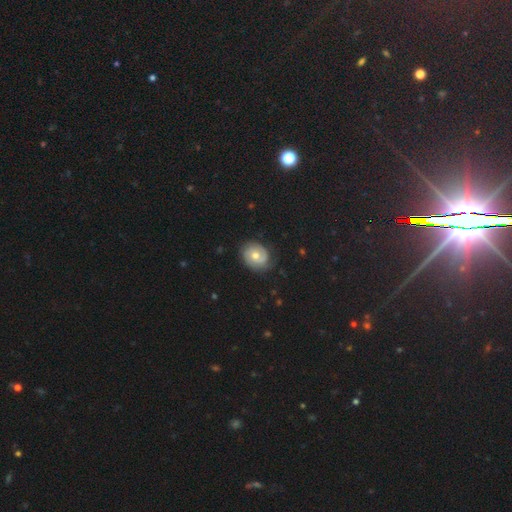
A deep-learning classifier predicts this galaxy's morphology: Overall: featured or disk (59%; smooth 32%). Edge-on disk: no (97%). Bar: no (74%). Spiral arms: yes (84%). Bulge size: moderate (73%). Merging: none (78%).